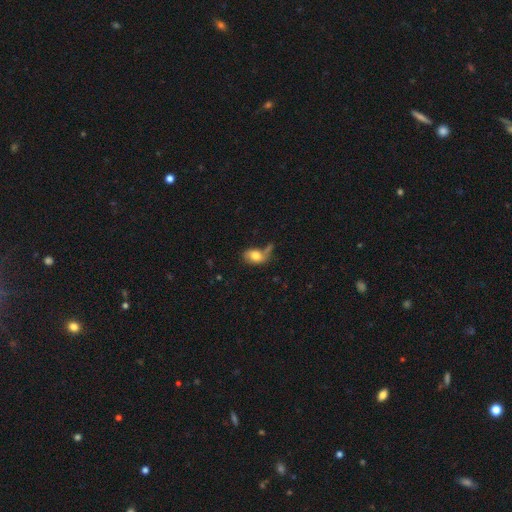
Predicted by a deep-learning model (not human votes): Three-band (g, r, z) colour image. It shows a smooth galaxy with no disk features (71%) that is in between round and cigar-shaped (82%). Merging: none (35%).